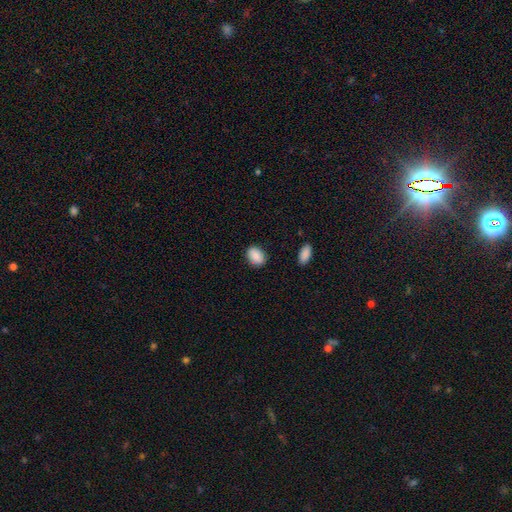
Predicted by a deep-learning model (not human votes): This is clearly a smooth galaxy (88%). How rounded: likely in between (79%). Merging: clearly none (86%).